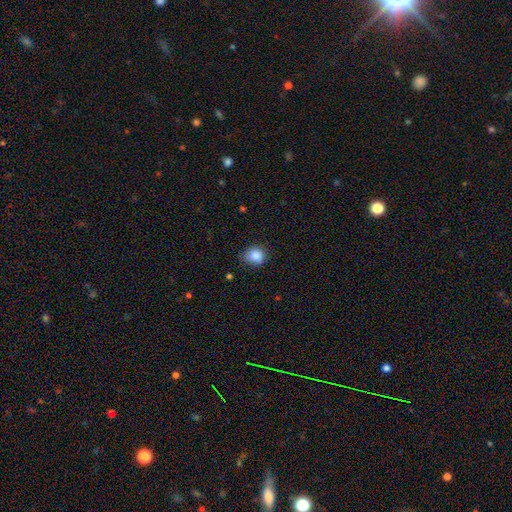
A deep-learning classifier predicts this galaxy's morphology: This is clearly a smooth galaxy (86%). How rounded: likely round (70%). Merging: likely none (67%).